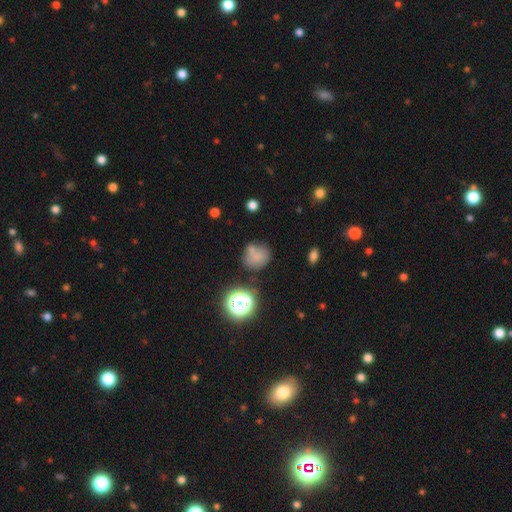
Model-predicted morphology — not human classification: The model was most divided on "merging": none: 53%, minor disturbance: 22%, merger: 13%, major disturbance: 12%. More confident: how rounded — round (72%); smooth or featured — smooth (67%).